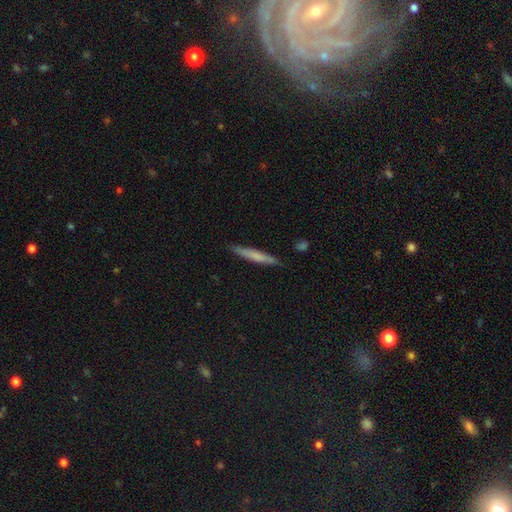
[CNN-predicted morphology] Q: Smooth or featured?
A: smooth (64%); runner-up: featured or disk (30%)
Q: How rounded?
A: cigar-shaped (95%); runner-up: in between (4%)
Q: Merging?
A: none (85%); runner-up: minor disturbance (11%)